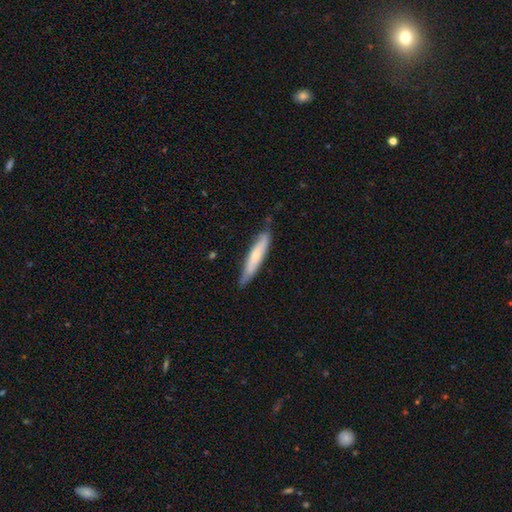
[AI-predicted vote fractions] A smooth galaxy with no disk features (53%) that is cigar-shaped (86%). Merging: none (77%).